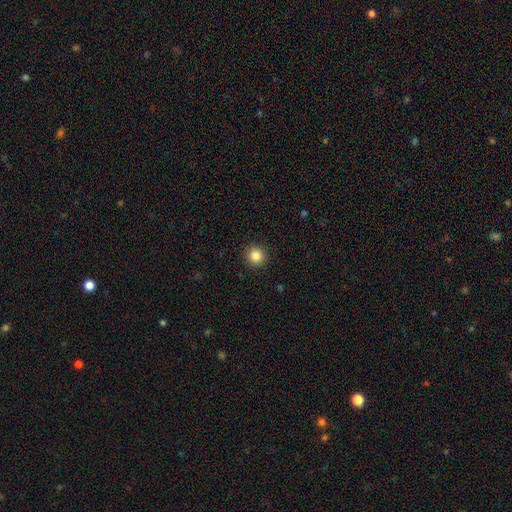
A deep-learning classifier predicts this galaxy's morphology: Smooth or featured?
  - smooth: 85% *
  - star or artifact: 11%
  - featured or disk: 5%
How rounded?
  - round: 94% *
  - in between: 5%
  - cigar-shaped: 1%
Merging?
  - none: 92% *
  - minor disturbance: 5%
  - major disturbance: 2%
  - merger: 1%